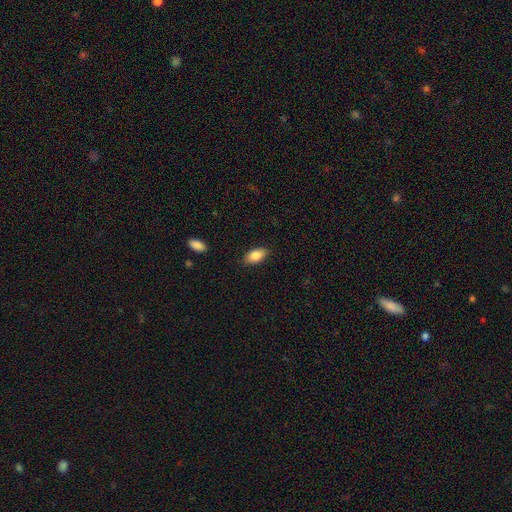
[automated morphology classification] A smooth galaxy with no disk features (84%) that is in between round and cigar-shaped (92%). Merging: none (85%).